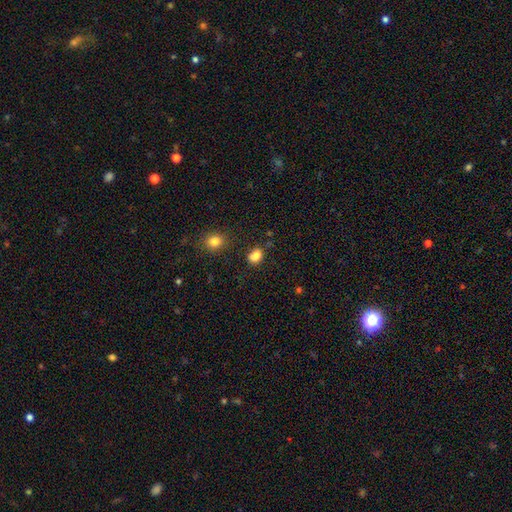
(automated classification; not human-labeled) Overall: smooth (83%). How rounded: in between (59%; round 40%). Merging: none (71%).